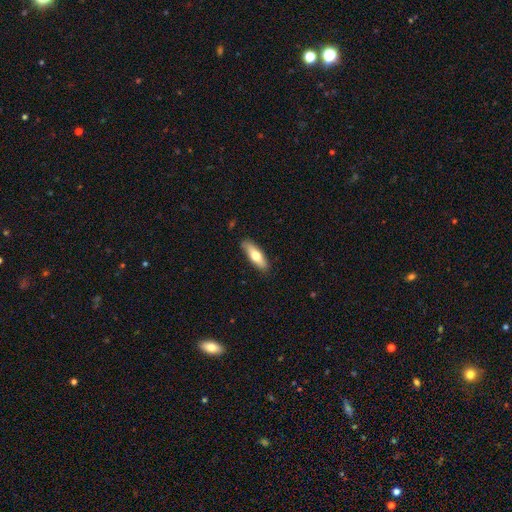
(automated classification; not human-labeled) The model was most divided on "how rounded": in between: 51%, cigar-shaped: 46%, round: 2%. More confident: merging — none (85%); smooth or featured — smooth (65%).